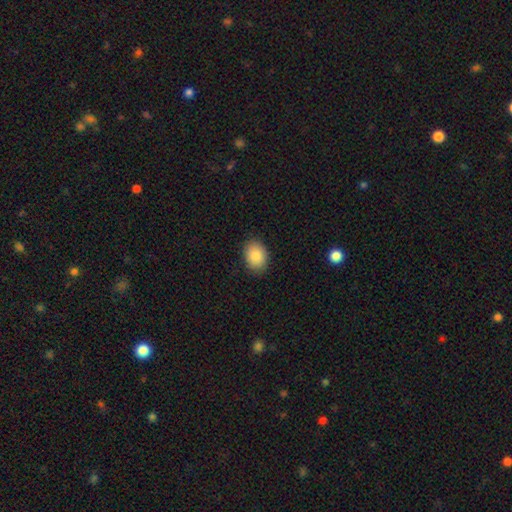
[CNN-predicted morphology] This is clearly a smooth galaxy (88%). How rounded: likely in between (72%). Merging: clearly none (87%).